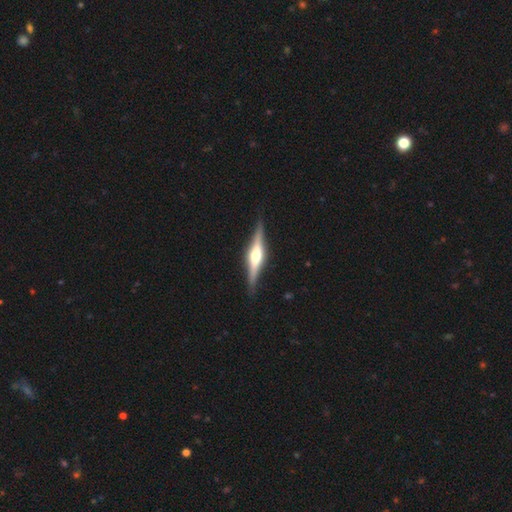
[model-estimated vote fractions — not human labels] The model was most divided on "smooth or featured": featured or disk: 76%, smooth: 19%, star or artifact: 5%. More confident: edge-on disk — yes (98%); merging — none (89%); edge-on bulge — rounded (89%).